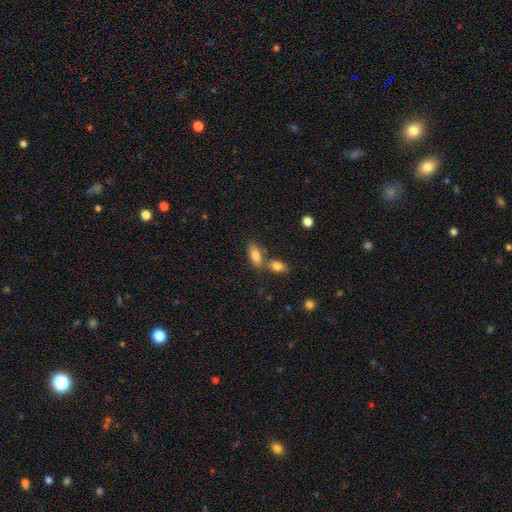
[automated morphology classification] smooth-or-featured: smooth: 81% | featured or disk: 11% | star or artifact: 7%
  how-rounded: in between: 82% | cigar-shaped: 15% | round: 3%
  merging: none: 54% | merger: 31% | minor disturbance: 12% | major disturbance: 4%